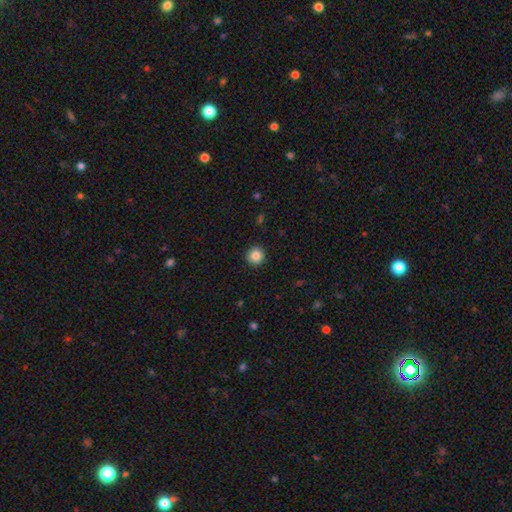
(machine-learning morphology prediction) A smooth galaxy with no disk features (85%) that is round (94%).

Vote fractions:
- Smooth or featured? smooth: 85% / star or artifact: 10% / featured or disk: 5%
- How rounded? round: 94% / in between: 5% / cigar-shaped: 1%
- Merging? none: 93% / minor disturbance: 5% / major disturbance: 2% / merger: 1%